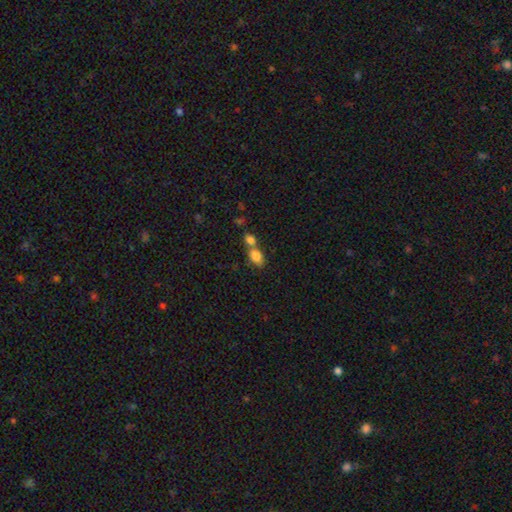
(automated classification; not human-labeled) Overall: smooth (82%). How rounded: in between (81%). Merging: merger (58%; none 31%).